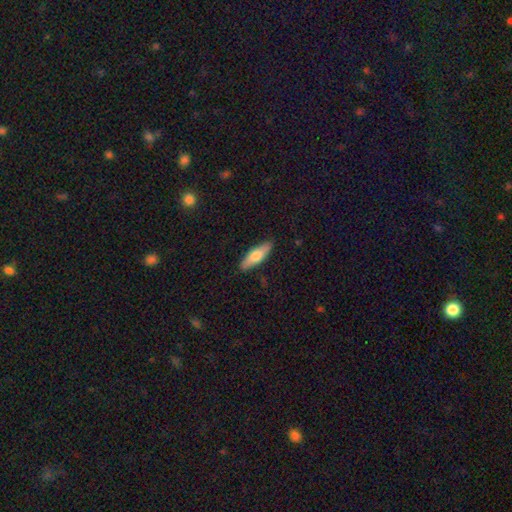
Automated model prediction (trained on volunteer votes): Morphology: type=smooth (65%); roundness=in between (51%); merging=none (89%).